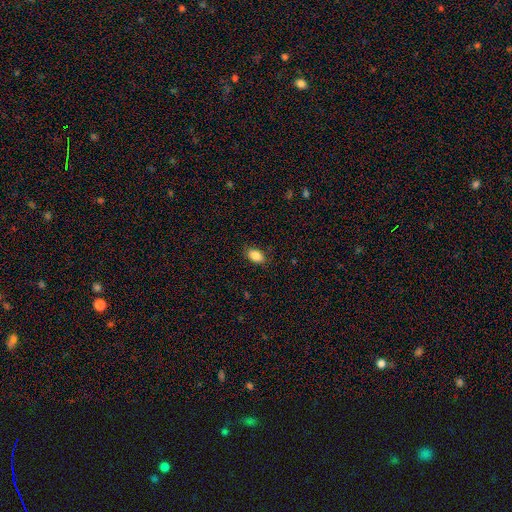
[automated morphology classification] A smooth galaxy with no disk features (87%) that is in between round and cigar-shaped (89%). Merging: none (86%).